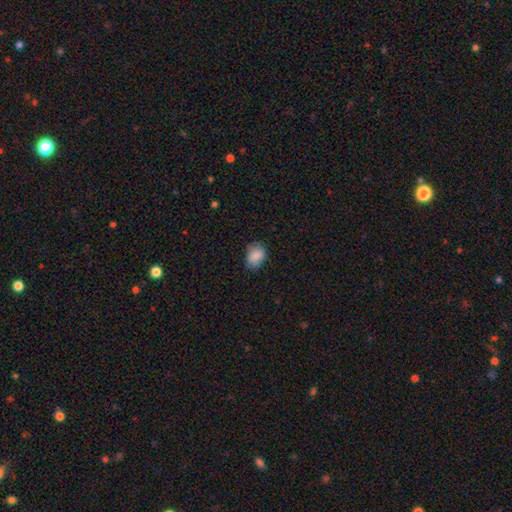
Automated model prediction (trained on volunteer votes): A smooth galaxy with no disk features (87%) that is in between round and cigar-shaped (73%). Merging: none (75%).